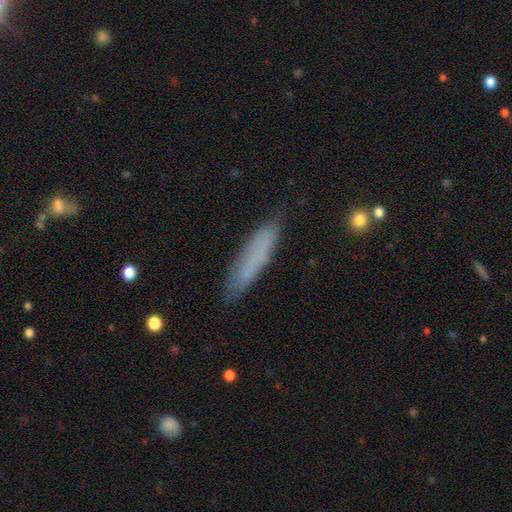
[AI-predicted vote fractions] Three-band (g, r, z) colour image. It shows a smooth galaxy with no disk features (72%) that is cigar-shaped (86%). Merging: none (84%).